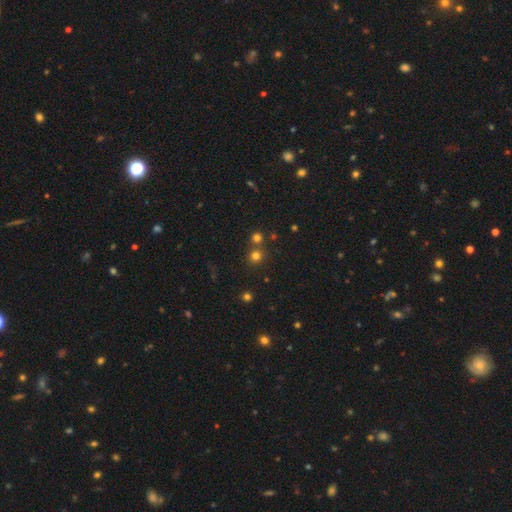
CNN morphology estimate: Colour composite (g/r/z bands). It shows a smooth galaxy with no disk features (71%) that is round (90%). Merging: none (71%).